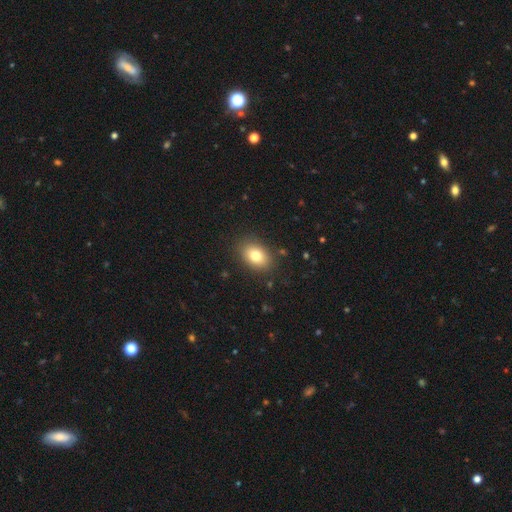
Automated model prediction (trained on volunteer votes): Overall: smooth (80%). How rounded: in between (80%). Merging: none (87%).